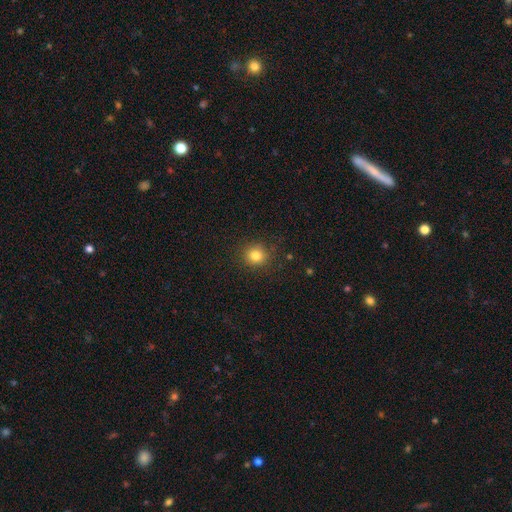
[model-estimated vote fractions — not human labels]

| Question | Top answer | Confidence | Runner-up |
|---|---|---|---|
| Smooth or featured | smooth | 82% | star or artifact (12%) |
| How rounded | round | 90% | in between (9%) |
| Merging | none | 89% | minor disturbance (7%) |